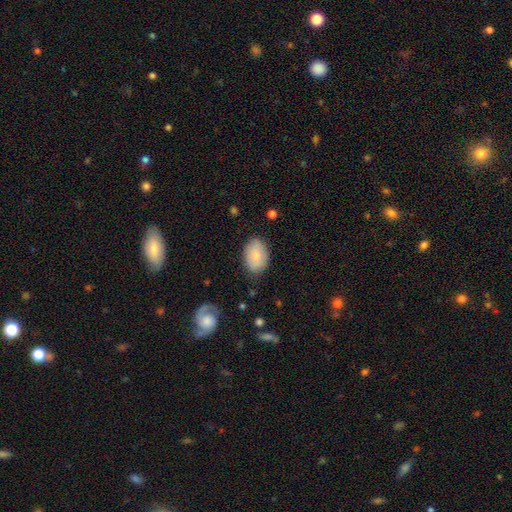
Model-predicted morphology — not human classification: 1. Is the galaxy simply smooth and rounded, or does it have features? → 79% smooth, 14% featured or disk, 6% star or artifact.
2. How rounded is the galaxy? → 86% in between, 13% round, 1% cigar-shaped.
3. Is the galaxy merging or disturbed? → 81% none, 14% minor disturbance, 3% major disturbance, 1% merger.